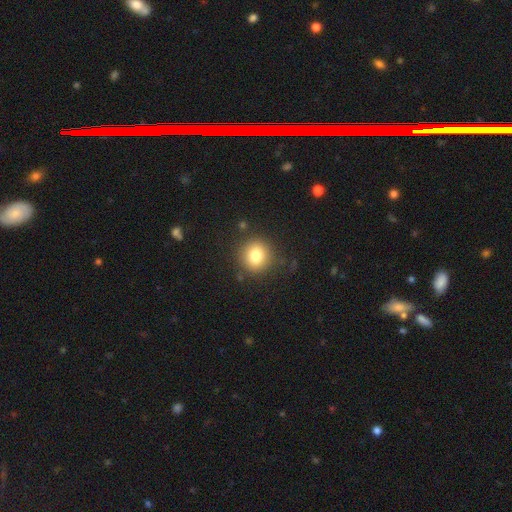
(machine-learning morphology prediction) This is clearly a smooth galaxy (81%). How rounded: clearly round (87%). Merging: clearly none (86%).